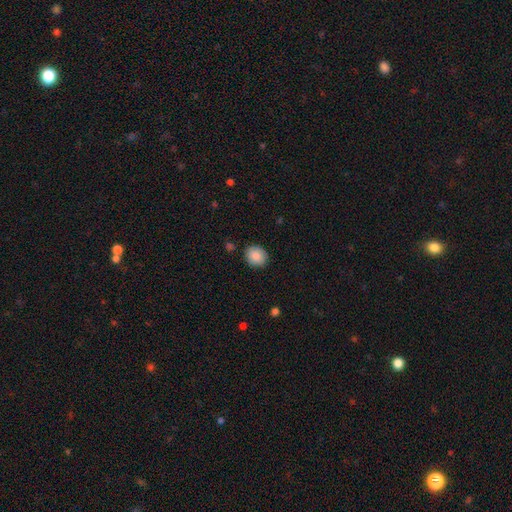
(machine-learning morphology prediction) A smooth galaxy with no disk features (87%) that is round (71%). Merging: none (86%).